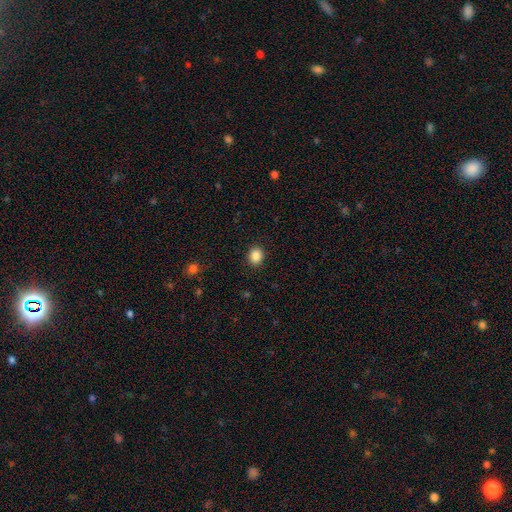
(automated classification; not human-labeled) Smooth or featured? smooth (86%)
How rounded? round (69%)
Merging? none (91%)